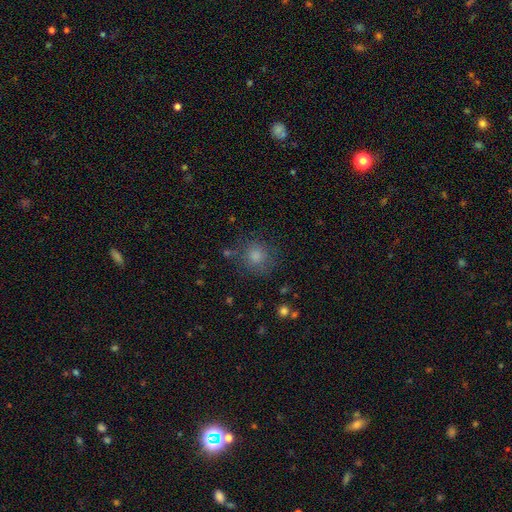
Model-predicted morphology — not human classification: Overall: smooth (73%). How rounded: round (90%). Merging: none (82%).